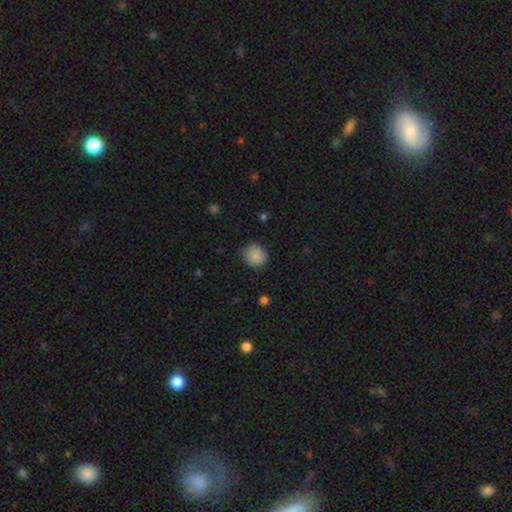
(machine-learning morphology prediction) Smooth or featured? Predicted: smooth (p=0.87). How rounded? Predicted: round (p=0.78). Merging? Predicted: none (p=0.76).